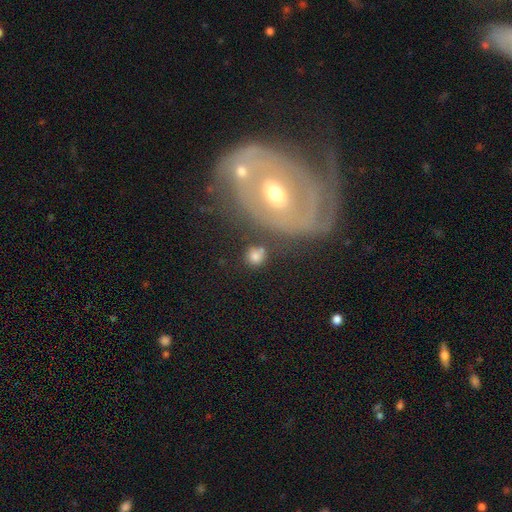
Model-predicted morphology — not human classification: This is likely a smooth galaxy (72%). How rounded: clearly round (80%). Merging: likely none (66%).